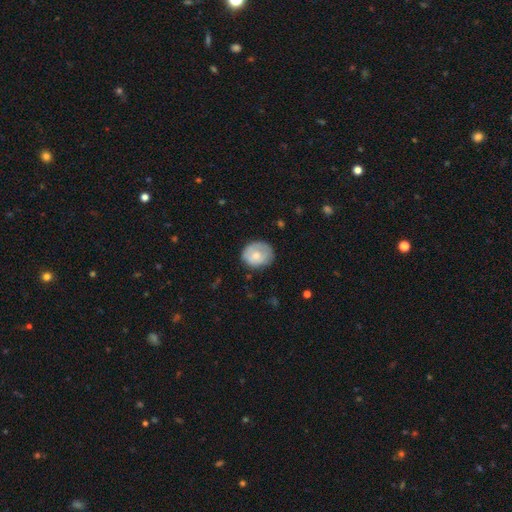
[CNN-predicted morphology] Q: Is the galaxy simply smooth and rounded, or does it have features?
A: smooth — 67%.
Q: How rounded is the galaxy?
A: round — 69%.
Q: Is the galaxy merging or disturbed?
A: none — 68%.